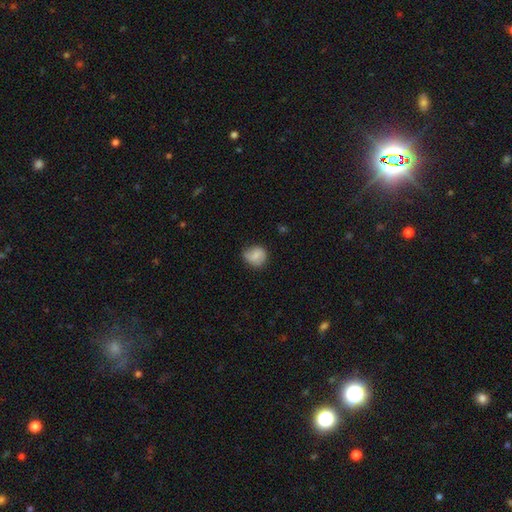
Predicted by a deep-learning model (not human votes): A smooth galaxy with no disk features (75%) that is round (78%). Merging: none (66%).